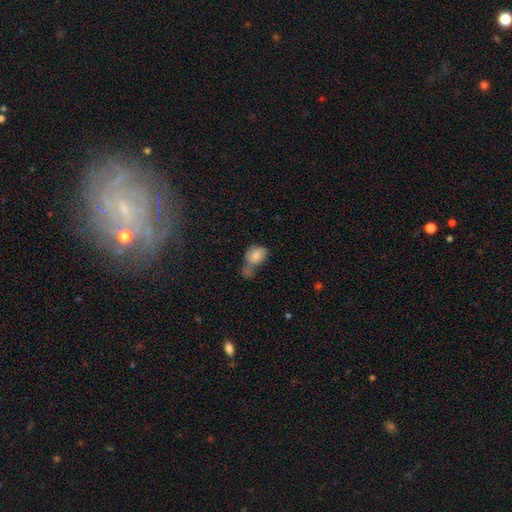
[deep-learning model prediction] smooth 79%, featured or disk 12%, star or artifact 9%. Down the decision tree: how rounded — in between (68%); merging — merger (42%).